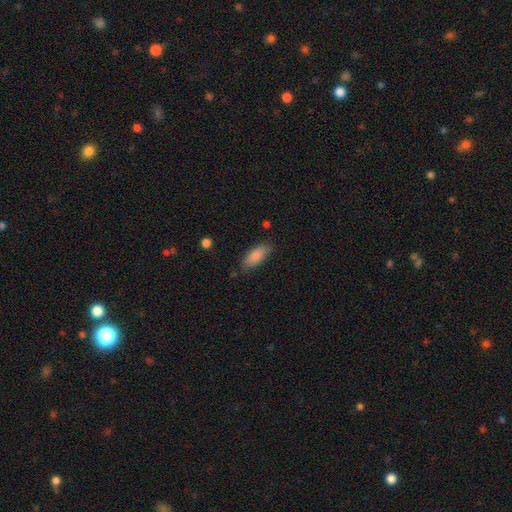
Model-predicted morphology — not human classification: smooth 87%, featured or disk 6%, star or artifact 6%. Down the decision tree: how rounded — in between (81%); merging — none (78%).